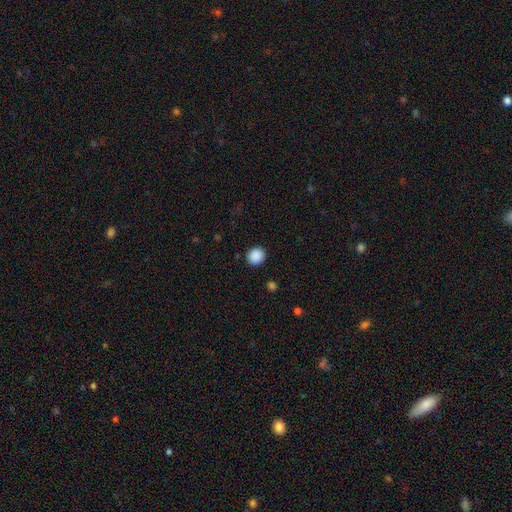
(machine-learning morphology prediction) Smooth or featured: smooth — 89% (star or artifact — 9%)
How rounded: round — 86% (in between — 13%)
Merging: none — 91% (minor disturbance — 6%)